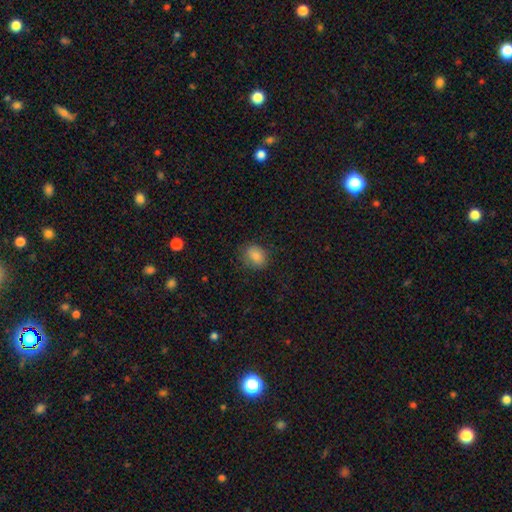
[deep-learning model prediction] Smooth or featured: smooth — 84% (star or artifact — 11%)
How rounded: in between — 60% (round — 39%)
Merging: none — 77% (minor disturbance — 17%)